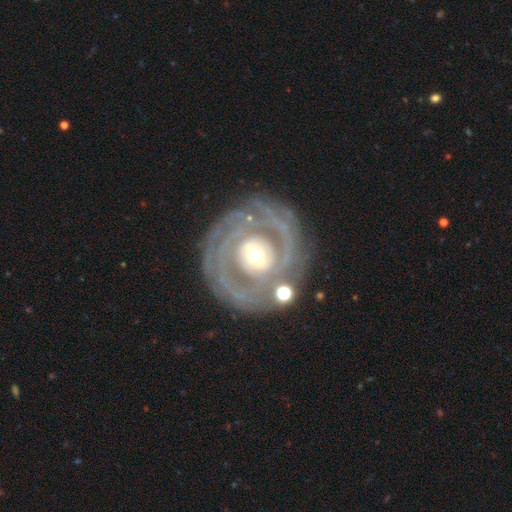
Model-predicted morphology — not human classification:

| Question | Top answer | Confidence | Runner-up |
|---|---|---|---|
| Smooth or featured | featured or disk | 85% | smooth (10%) |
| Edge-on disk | no | 97% | yes (3%) |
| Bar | no | 42% | weak (37%) |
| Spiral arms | yes | 85% | no (15%) |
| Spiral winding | tight | 71% | medium (22%) |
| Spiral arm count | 2 | 35% | can't tell (28%) |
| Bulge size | moderate | 65% | small (22%) |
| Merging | none | 76% | minor disturbance (14%) |